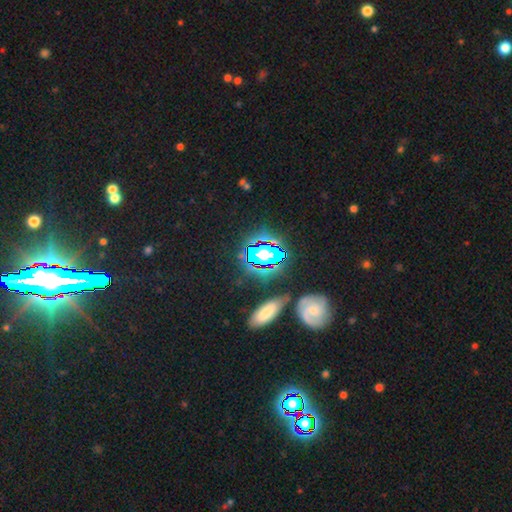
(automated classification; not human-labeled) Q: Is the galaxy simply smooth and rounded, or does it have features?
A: star or artifact — 65%.